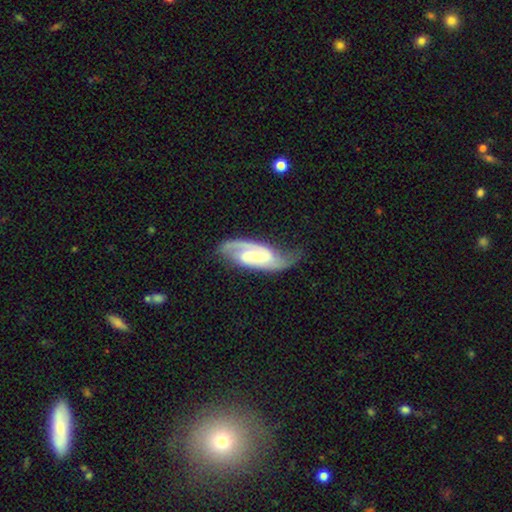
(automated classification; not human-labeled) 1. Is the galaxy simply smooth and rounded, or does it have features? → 84% featured or disk, 10% smooth, 5% star or artifact.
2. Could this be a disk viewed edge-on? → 95% no, 5% yes.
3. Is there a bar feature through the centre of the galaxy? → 41% weak, 37% no, 22% strong.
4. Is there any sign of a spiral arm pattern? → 97% yes, 3% no.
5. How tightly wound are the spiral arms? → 50% medium, 33% tight, 18% loose.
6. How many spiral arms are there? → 86% 2, 5% 1, 5% can't tell, 2% 3, 1% 4, 1% more than 4.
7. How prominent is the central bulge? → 39% small, 29% none, 22% moderate, 8% large, 2% dominant.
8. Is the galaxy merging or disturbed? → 64% none, 23% minor disturbance, 11% major disturbance, 2% merger.